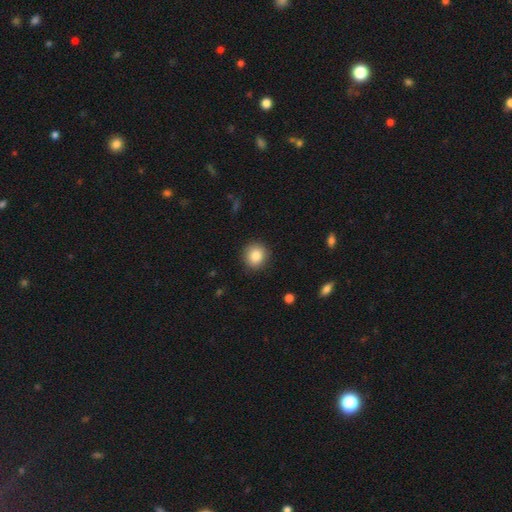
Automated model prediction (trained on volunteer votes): smooth 84%, star or artifact 9%, featured or disk 7%. Down the decision tree: how rounded — round (89%); merging — none (90%).